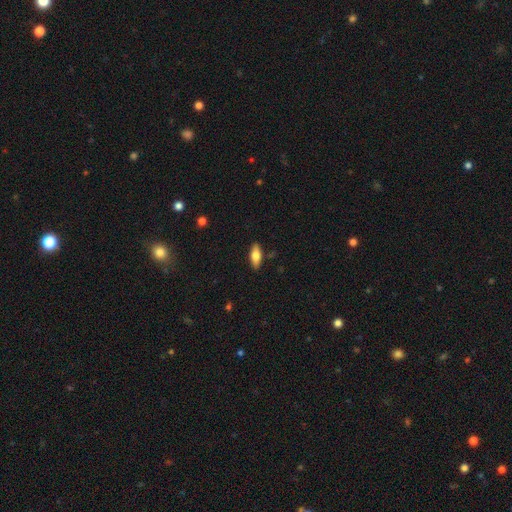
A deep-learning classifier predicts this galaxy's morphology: Smooth or featured? Predicted: smooth (p=0.71). How rounded? Predicted: in between (p=0.76). Merging? Predicted: none (p=0.87).